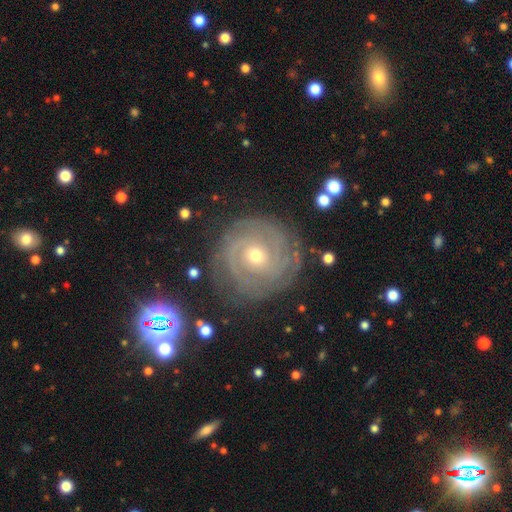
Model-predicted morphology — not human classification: featured or disk 83%, smooth 10%, star or artifact 7%. Down the decision tree: edge-on disk — no (97%); bar — no (75%); spiral arms — yes (94%); spiral arm count — can't tell (31%); spiral winding — tight (80%); bulge size — moderate (49%); merging — none (79%).